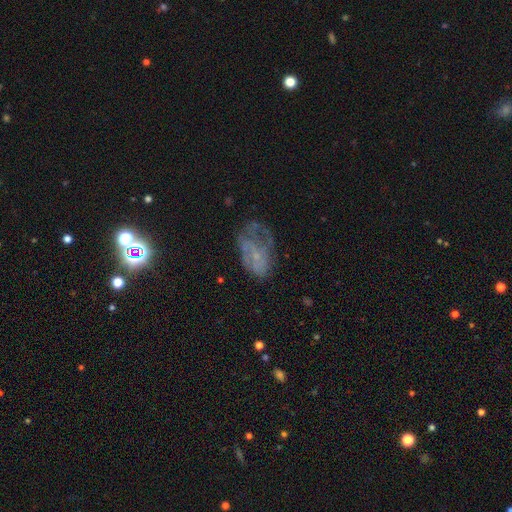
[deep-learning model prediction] Smooth or featured: featured or disk — 51% (smooth — 30%)
Edge-on disk: no — 96% (yes — 4%)
Merging: none — 38% (major disturbance — 33%)